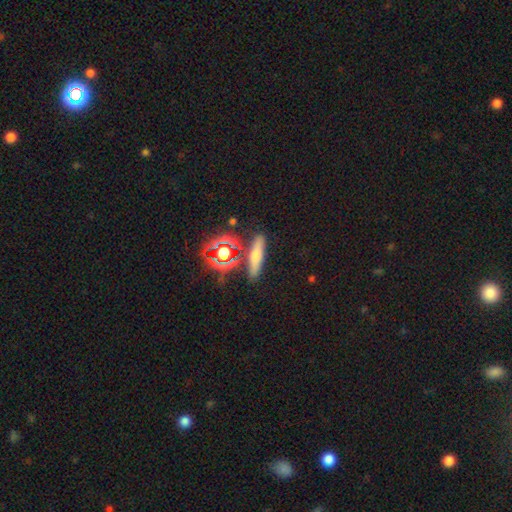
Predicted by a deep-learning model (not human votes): This is possibly a smooth galaxy (52%). How rounded: likely cigar-shaped (63%). Merging: clearly none (82%).